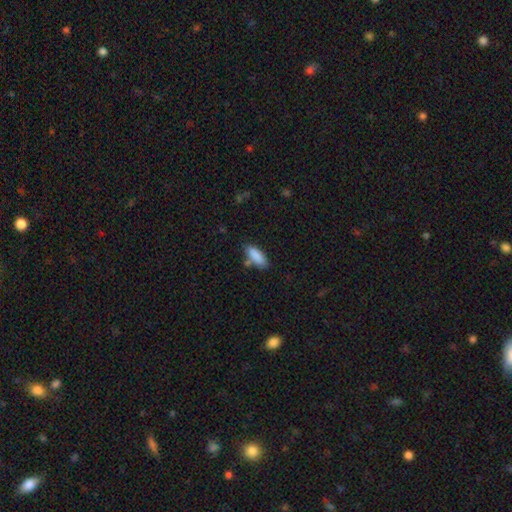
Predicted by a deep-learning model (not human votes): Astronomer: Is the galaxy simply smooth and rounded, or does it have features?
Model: smooth — 88%.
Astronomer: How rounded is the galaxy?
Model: in between — 70%.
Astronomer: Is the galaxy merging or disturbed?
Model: none — 70%.